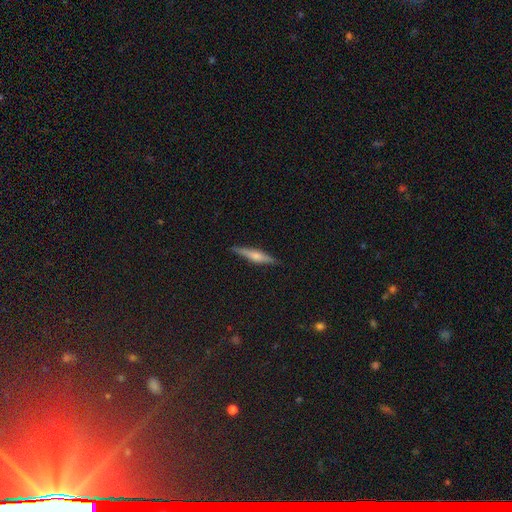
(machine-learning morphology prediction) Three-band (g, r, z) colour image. It shows a featured or disk galaxy (57%) viewed edge-on (96%) with a rounded central bulge (73%). Merging: none (88%).